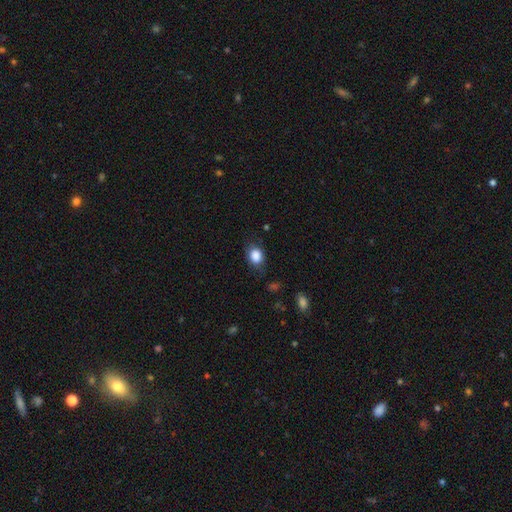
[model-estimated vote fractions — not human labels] Q: Smooth or featured?
A: smooth (85%); runner-up: star or artifact (9%)
Q: How rounded?
A: in between (60%); runner-up: round (39%)
Q: Merging?
A: none (70%); runner-up: minor disturbance (22%)